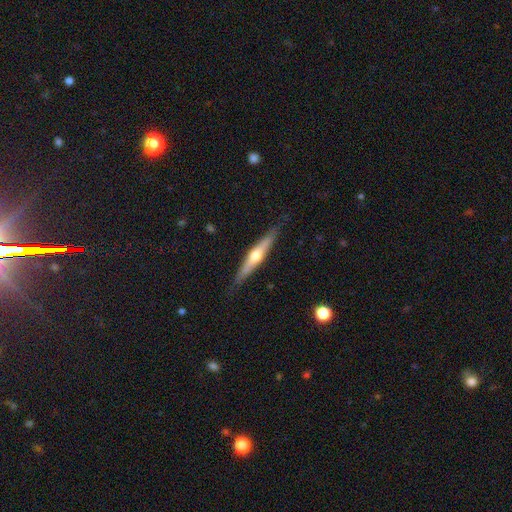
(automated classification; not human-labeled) smooth_or_featured: featured or disk (p=0.58) [alt: smooth p=0.36]
disk_edge_on: yes (p=0.95) [alt: no p=0.05]
edge_on_bulge: rounded (p=0.88) [alt: none p=0.08]
merging: none (p=0.85) [alt: minor disturbance p=0.11]